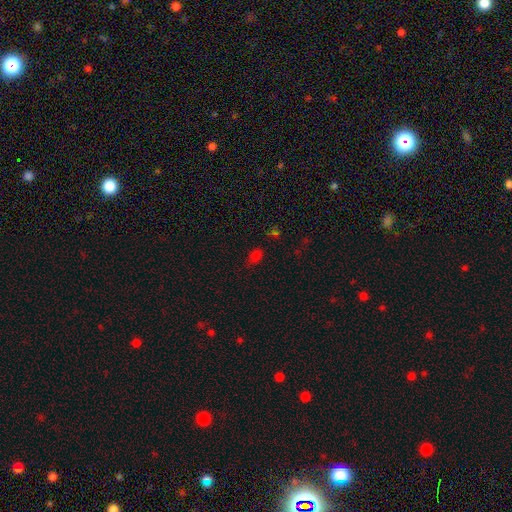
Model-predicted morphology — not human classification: smooth 69%, star or artifact 26%, featured or disk 6%. Down the decision tree: how rounded — in between (83%); merging — none (68%).